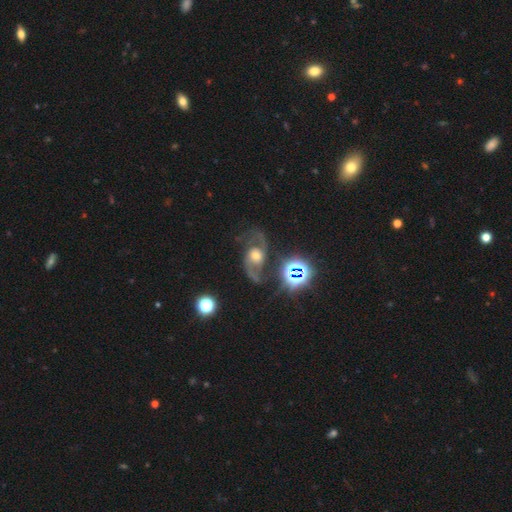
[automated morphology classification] The model was most divided on "spiral winding": loose: 59%, medium: 34%, tight: 7%. More confident: edge-on disk — no (97%); spiral arms — yes (95%); spiral arm count — 2 (91%); smooth or featured — featured or disk (82%); merging — none (62%); bulge size — moderate (59%); bar — no (59%).